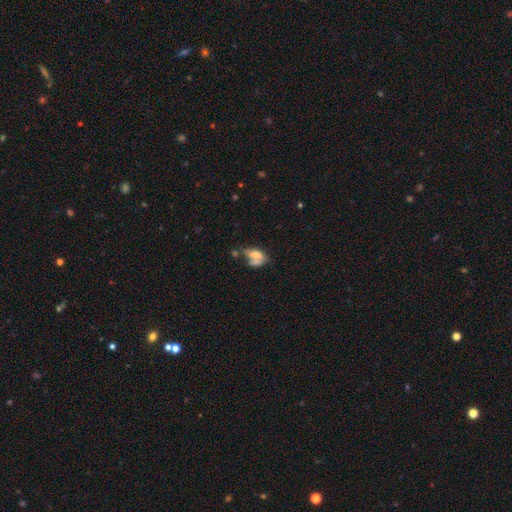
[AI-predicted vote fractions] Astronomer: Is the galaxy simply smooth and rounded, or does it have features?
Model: smooth — 59%.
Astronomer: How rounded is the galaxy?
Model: in between — 80%.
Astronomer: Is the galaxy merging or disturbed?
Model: merger — 41% (runner-up: none, 26%).